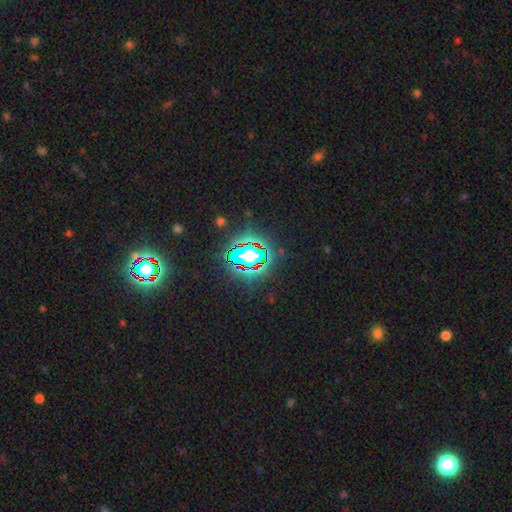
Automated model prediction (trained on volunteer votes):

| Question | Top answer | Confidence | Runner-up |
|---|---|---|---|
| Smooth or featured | star or artifact | 82% | smooth (11%) |